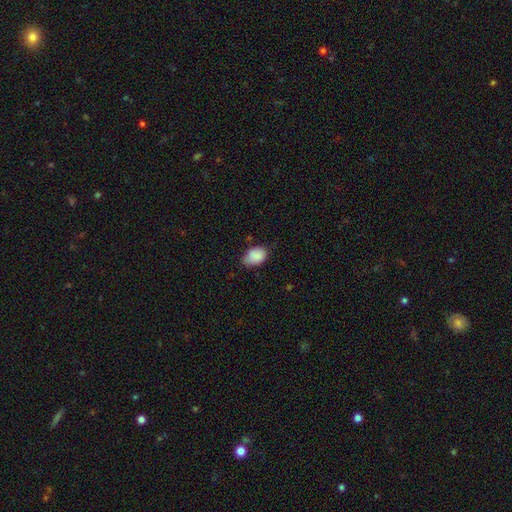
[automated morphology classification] Smooth or featured?
  - smooth: 87% *
  - star or artifact: 8%
  - featured or disk: 5%
How rounded?
  - in between: 83% *
  - round: 16%
  - cigar-shaped: 1%
Merging?
  - none: 62% *
  - minor disturbance: 31%
  - major disturbance: 5%
  - merger: 2%